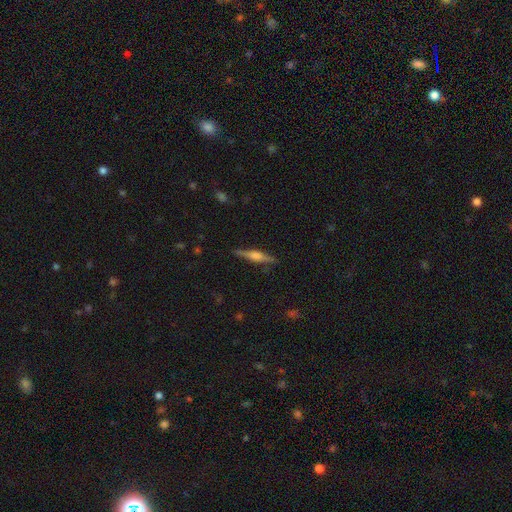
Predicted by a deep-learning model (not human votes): A featured or disk galaxy (71%) viewed edge-on (98%) with a rounded central bulge (77%).

Vote fractions:
- Smooth or featured? featured or disk: 71% / smooth: 23% / star or artifact: 6%
- Edge-on disk? yes: 98% / no: 2%
- Edge-on bulge? rounded: 77% / boxy: 19% / none: 5%
- Merging? none: 89% / minor disturbance: 8% / major disturbance: 2% / merger: 1%